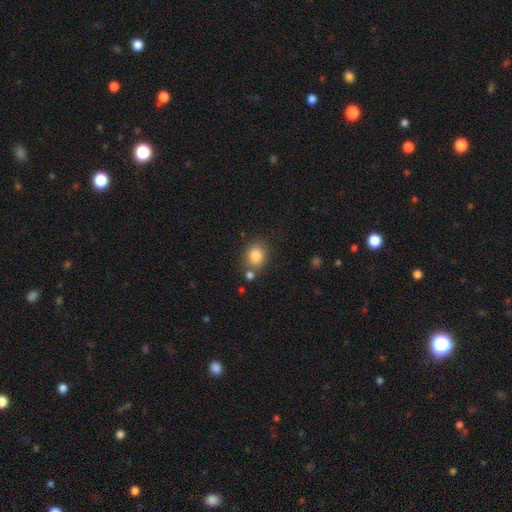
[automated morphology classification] smooth_or_featured: smooth (p=0.84) [alt: star or artifact p=0.10]
how_rounded: round (p=0.60) [alt: in between p=0.40]
merging: none (p=0.69) [alt: merger p=0.14]